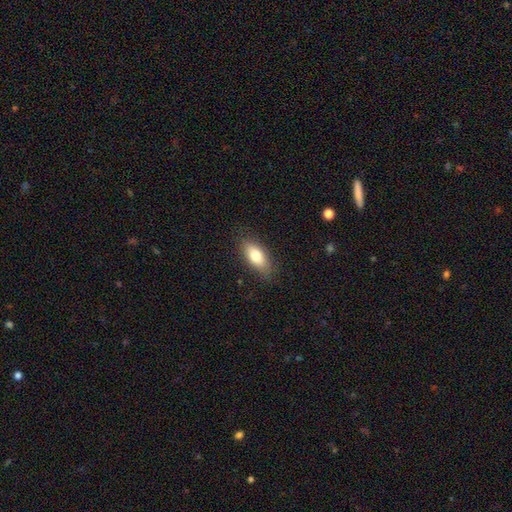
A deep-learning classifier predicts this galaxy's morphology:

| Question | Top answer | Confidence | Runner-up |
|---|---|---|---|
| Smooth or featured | smooth | 76% | featured or disk (17%) |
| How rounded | in between | 78% | cigar-shaped (18%) |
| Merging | none | 84% | minor disturbance (12%) |